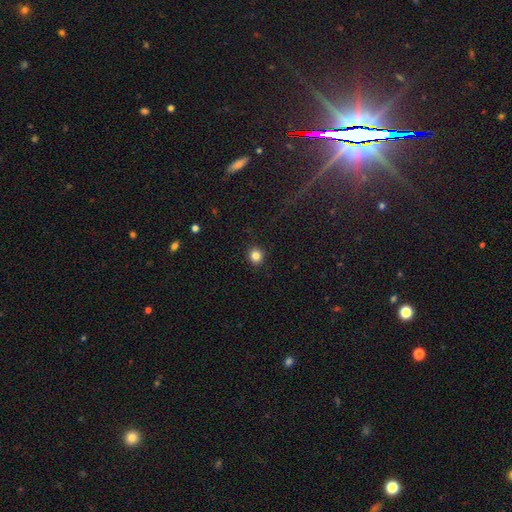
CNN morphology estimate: type=smooth (84%); roundness=round (90%); merging=none (92%).